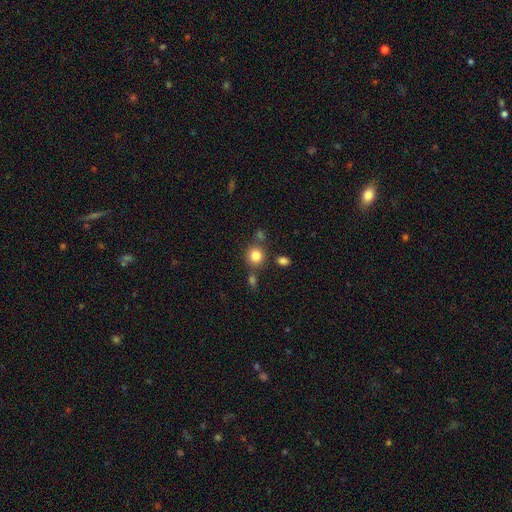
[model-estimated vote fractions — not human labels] The model was most divided on "merging": none: 74%, merger: 12%, minor disturbance: 10%, major disturbance: 4%. More confident: how rounded — round (86%); smooth or featured — smooth (83%).